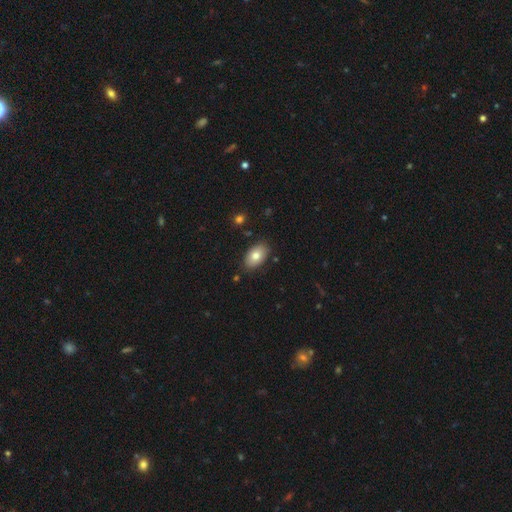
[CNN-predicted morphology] This is likely a smooth galaxy (79%). How rounded: clearly in between (91%). Merging: clearly none (85%).